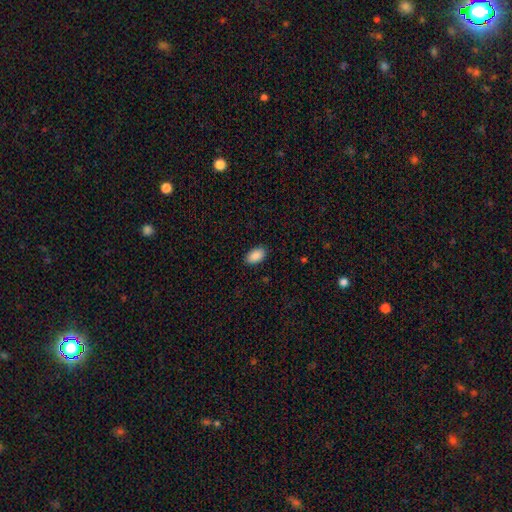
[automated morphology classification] The model was most divided on "merging": none: 89%, minor disturbance: 8%, major disturbance: 2%, merger: 1%. More confident: how rounded — in between (93%); smooth or featured — smooth (90%).